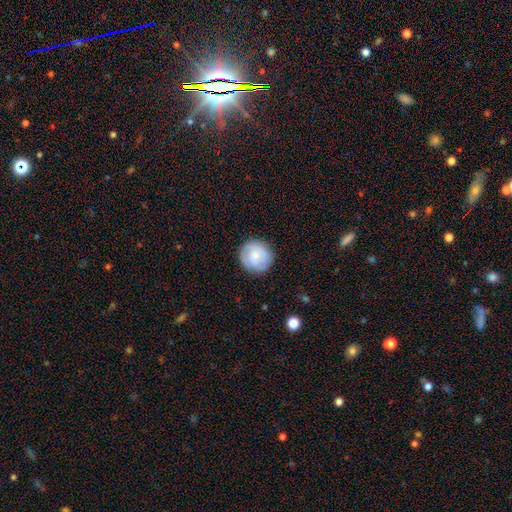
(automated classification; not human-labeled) A smooth galaxy with no disk features (65%) that is round (93%).

Vote fractions:
- Smooth or featured? smooth: 65% / featured or disk: 28% / star or artifact: 7%
- How rounded? round: 93% / in between: 6% / cigar-shaped: 1%
- Merging? none: 85% / minor disturbance: 11% / major disturbance: 3% / merger: 1%